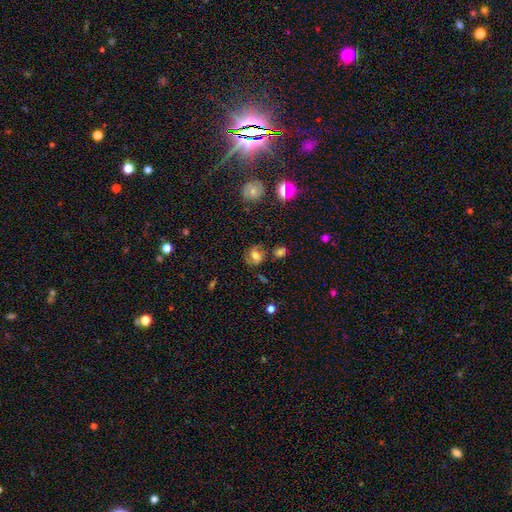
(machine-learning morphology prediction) Smooth or featured? featured or disk (43%, tied with smooth)
Merging? none (66%)